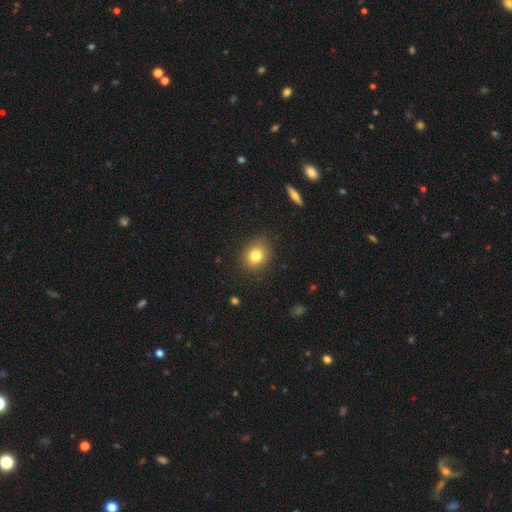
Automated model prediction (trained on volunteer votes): This is likely a smooth galaxy (80%). How rounded: likely round (68%). Merging: clearly none (85%).